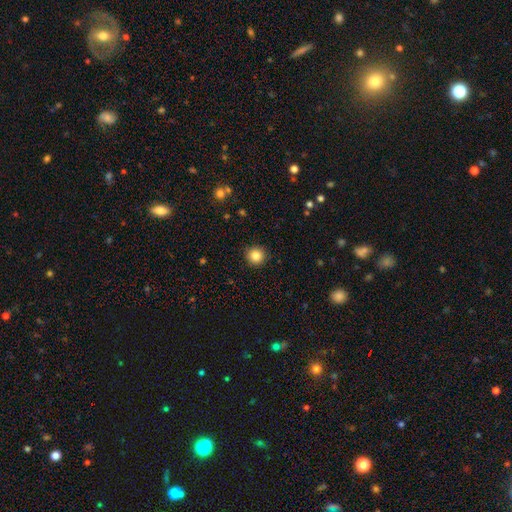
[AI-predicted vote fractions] This appears to be a smooth galaxy with no disk features (84%) that is round (95%). Merging: none (92%).